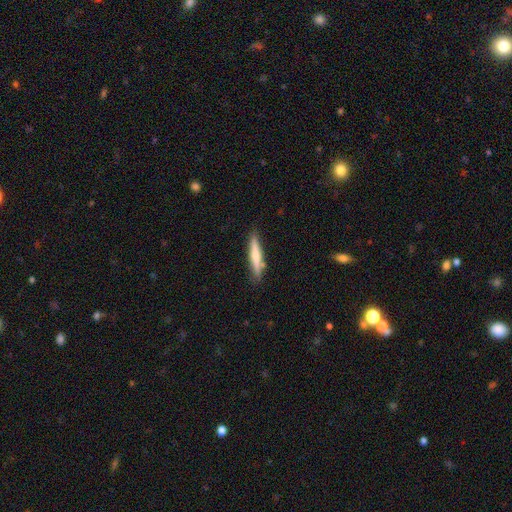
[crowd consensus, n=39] This appears to be a smooth galaxy with no disk features (64%) that is cigar-shaped (96%). Merging: none (74%).